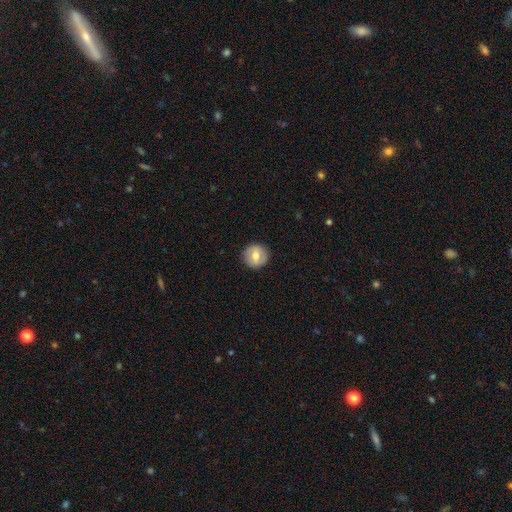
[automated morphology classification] Smooth or featured?
  - smooth: 64% *
  - featured or disk: 29%
  - star or artifact: 7%
How rounded?
  - round: 93% *
  - in between: 6%
  - cigar-shaped: 1%
Merging?
  - none: 90% *
  - minor disturbance: 7%
  - major disturbance: 2%
  - merger: 1%